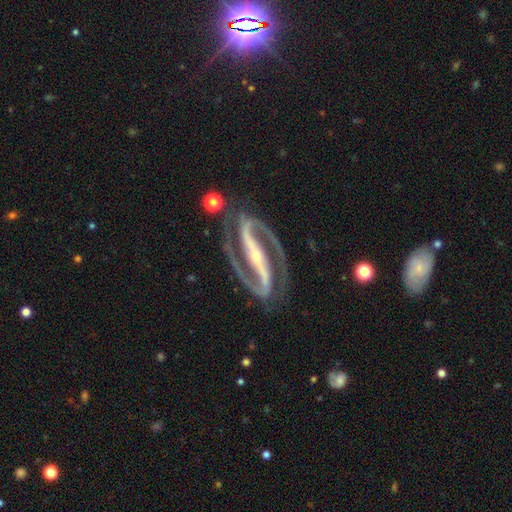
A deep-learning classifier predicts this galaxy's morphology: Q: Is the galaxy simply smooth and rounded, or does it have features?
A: featured or disk — 94%.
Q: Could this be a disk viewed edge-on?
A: no — 96%.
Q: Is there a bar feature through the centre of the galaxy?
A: strong — 85%.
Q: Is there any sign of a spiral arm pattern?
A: yes — 98%.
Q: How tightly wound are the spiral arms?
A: medium — 53%.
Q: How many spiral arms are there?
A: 2 — 95%.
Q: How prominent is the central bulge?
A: small — 75%.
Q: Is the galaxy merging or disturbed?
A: none — 84%.